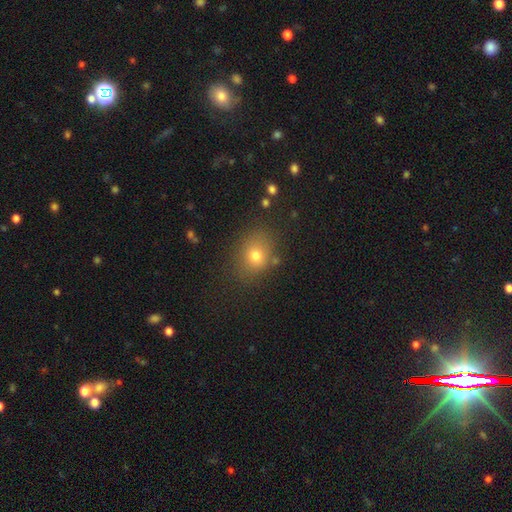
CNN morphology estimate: smooth_or_featured: smooth (p=0.74) [alt: star or artifact p=0.16]
how_rounded: round (p=0.55) [alt: in between p=0.44]
merging: none (p=0.77) [alt: minor disturbance p=0.14]